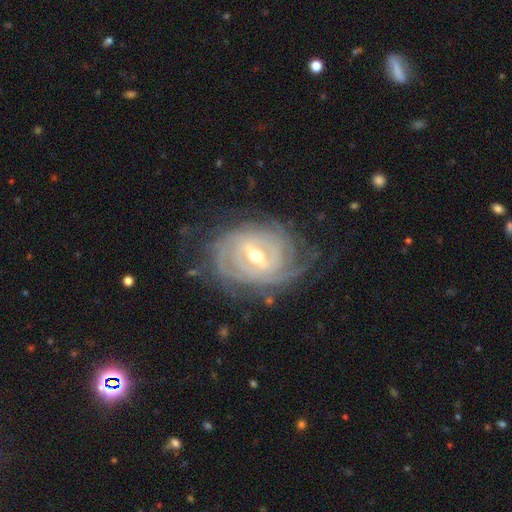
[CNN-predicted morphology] smooth_or_featured: featured or disk (p=0.90) [alt: star or artifact p=0.05]
disk_edge_on: no (p=0.96) [alt: yes p=0.04]
bar: weak (p=0.45) [alt: strong p=0.42]
has_spiral_arms: yes (p=0.97) [alt: no p=0.03]
spiral_winding: tight (p=0.80) [alt: medium p=0.16]
spiral_arm_count: can't tell (p=0.32) [alt: 4 p=0.21]
bulge_size: moderate (p=0.59) [alt: small p=0.37]
merging: none (p=0.73) [alt: minor disturbance p=0.18]